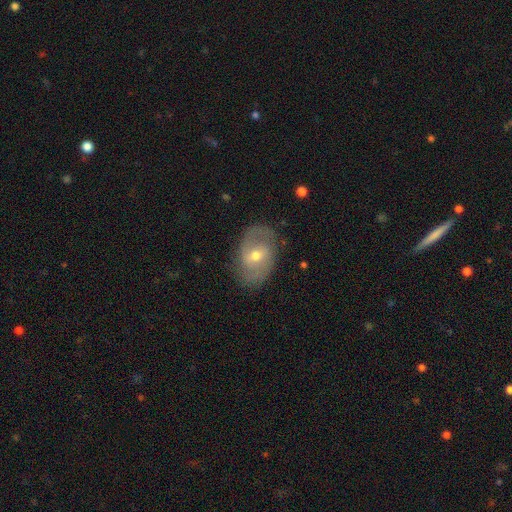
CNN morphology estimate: type=featured or disk (68%); edge-on=no (95%); bar=weak (50%); spiral arms=yes (78%); winding=medium (45%); arm count=2 (81%); bulge=moderate (59%); merging=none (78%).